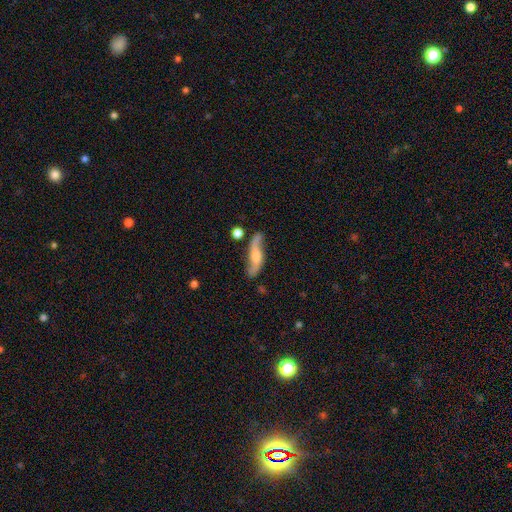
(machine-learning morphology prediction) Smooth or featured: featured or disk — 72% (smooth — 22%)
Edge-on disk: no — 78% (yes — 22%)
Bar: no — 56% (weak — 34%)
Spiral arms: yes — 94% (no — 6%)
Spiral winding: loose — 84% (medium — 12%)
Spiral arm count: 2 — 91% (can't tell — 3%)
Bulge size: moderate — 43% (small — 26%)
Merging: none — 71% (minor disturbance — 17%)